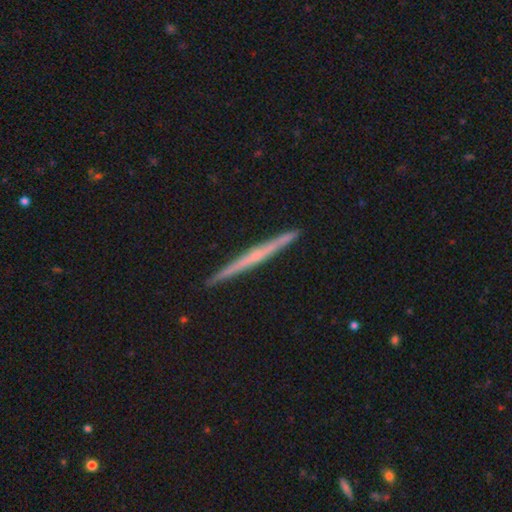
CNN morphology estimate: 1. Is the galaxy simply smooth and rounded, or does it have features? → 66% featured or disk, 28% smooth, 6% star or artifact.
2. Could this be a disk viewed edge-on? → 98% yes, 2% no.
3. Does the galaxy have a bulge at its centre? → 69% none, 24% rounded, 7% boxy.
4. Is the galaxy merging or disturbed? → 92% none, 6% minor disturbance, 1% major disturbance, 1% merger.